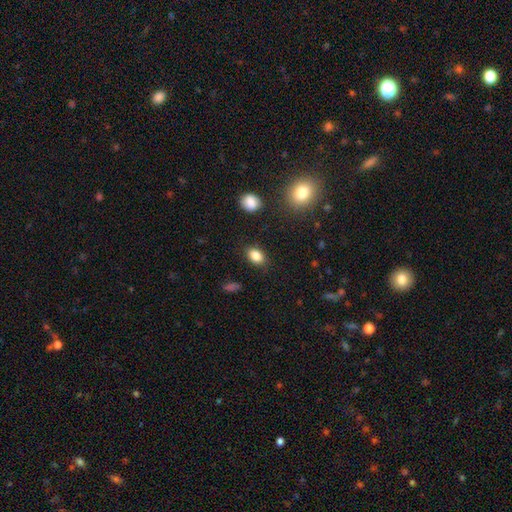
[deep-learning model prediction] Smooth or featured?
  - smooth: 84% *
  - star or artifact: 10%
  - featured or disk: 6%
How rounded?
  - in between: 80% *
  - round: 18%
  - cigar-shaped: 2%
Merging?
  - none: 85% *
  - minor disturbance: 10%
  - major disturbance: 3%
  - merger: 2%